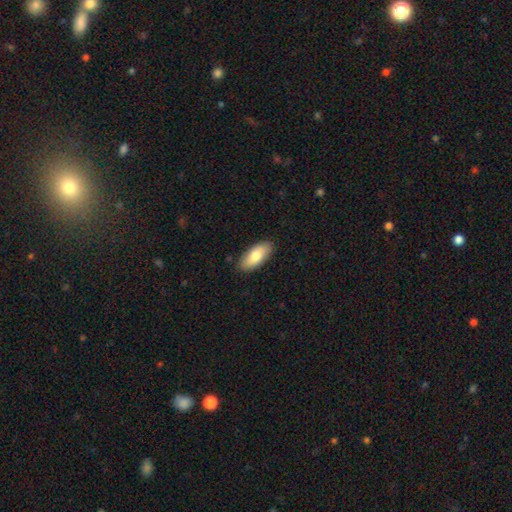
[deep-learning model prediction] Smooth or featured? smooth (78%)
How rounded? in between (86%)
Merging? none (88%)